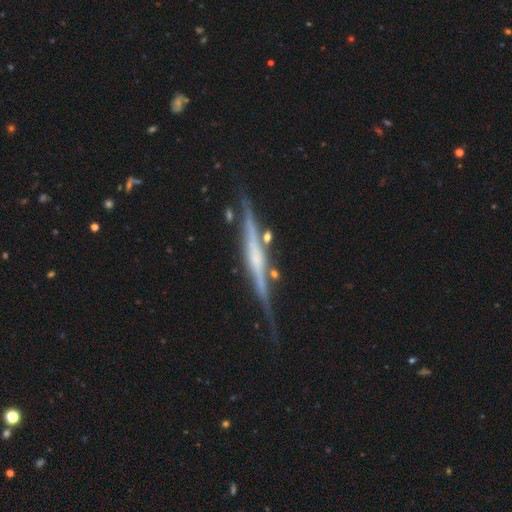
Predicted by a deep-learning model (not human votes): Smooth or featured?
  - featured or disk: 81% *
  - smooth: 13%
  - star or artifact: 6%
Edge-on disk?
  - yes: 97% *
  - no: 3%
Edge-on bulge?
  - rounded: 45% *
  - none: 38%
  - boxy: 17%
Merging?
  - none: 75% *
  - minor disturbance: 17%
  - merger: 4%
  - major disturbance: 4%